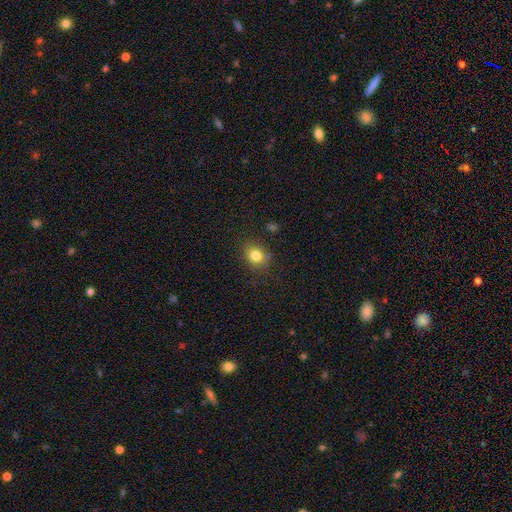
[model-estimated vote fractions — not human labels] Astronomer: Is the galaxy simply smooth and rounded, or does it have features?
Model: smooth — 81%.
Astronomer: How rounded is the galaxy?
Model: round — 65%.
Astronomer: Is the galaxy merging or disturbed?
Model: none — 84%.